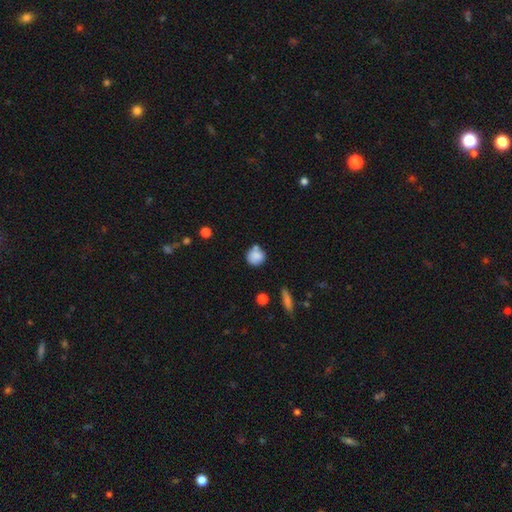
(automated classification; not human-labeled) The model was most divided on "merging": none: 65%, minor disturbance: 16%, merger: 15%, major disturbance: 4%. More confident: how rounded — round (86%); smooth or featured — smooth (83%).